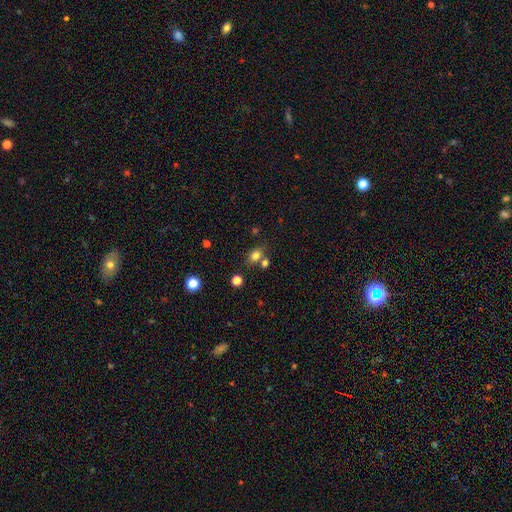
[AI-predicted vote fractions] Smooth or featured?
  - smooth: 77% *
  - star or artifact: 14%
  - featured or disk: 9%
How rounded?
  - in between: 59% *
  - round: 39%
  - cigar-shaped: 2%
Merging?
  - none: 63% *
  - merger: 20%
  - minor disturbance: 13%
  - major disturbance: 4%